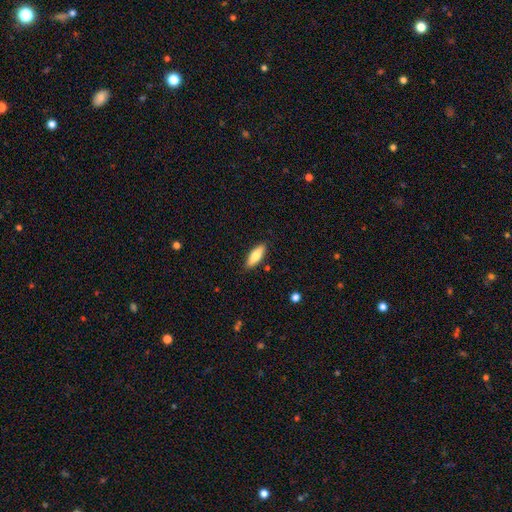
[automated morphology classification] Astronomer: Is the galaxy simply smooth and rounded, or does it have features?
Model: smooth — 76%.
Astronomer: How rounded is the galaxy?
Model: in between — 59% (runner-up: cigar-shaped, 39%).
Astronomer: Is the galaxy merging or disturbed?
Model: none — 86%.